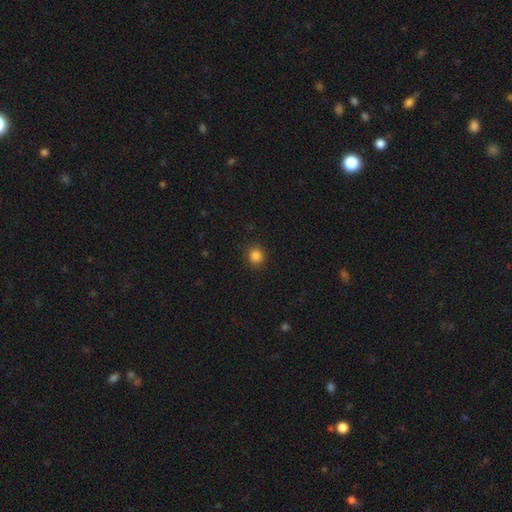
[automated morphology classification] Q: Smooth or featured?
A: smooth (85%); runner-up: star or artifact (11%)
Q: How rounded?
A: round (91%); runner-up: in between (8%)
Q: Merging?
A: none (91%); runner-up: minor disturbance (6%)